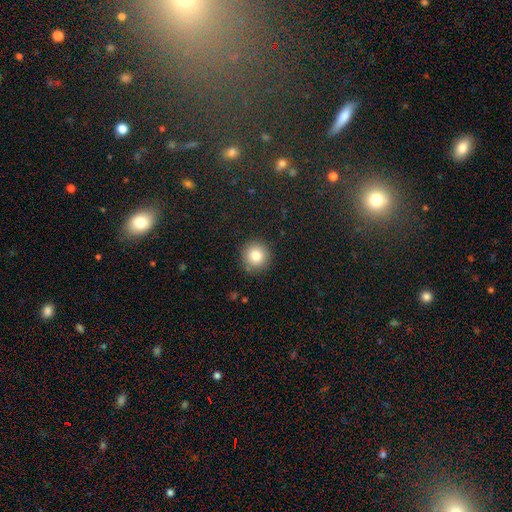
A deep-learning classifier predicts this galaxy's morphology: Smooth or featured? Predicted: smooth (p=0.81). How rounded? Predicted: round (p=0.94). Merging? Predicted: none (p=0.89).